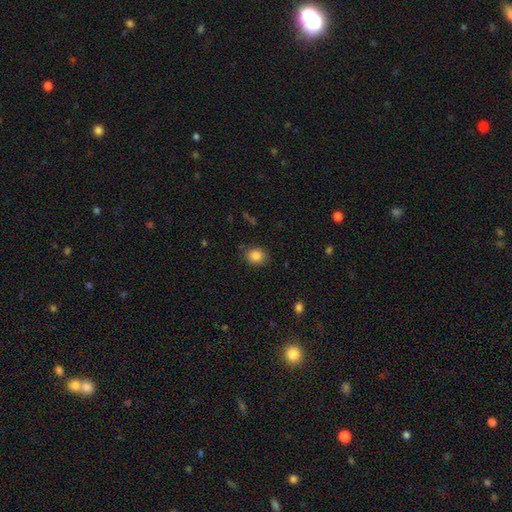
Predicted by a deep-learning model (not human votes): smooth-or-featured: smooth: 86% | star or artifact: 9% | featured or disk: 5%
  how-rounded: round: 54% | in between: 45% | cigar-shaped: 1%
  merging: none: 83% | minor disturbance: 12% | major disturbance: 3% | merger: 2%